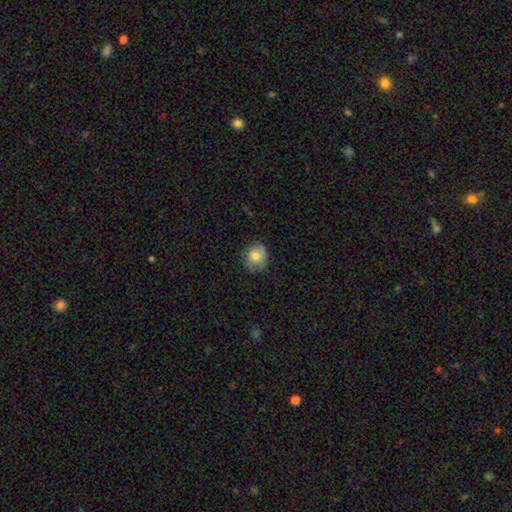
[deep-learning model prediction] A smooth galaxy with no disk features (80%) that is round (63%).

Vote fractions:
- Smooth or featured? smooth: 80% / featured or disk: 12% / star or artifact: 8%
- How rounded? round: 63% / in between: 36% / cigar-shaped: 1%
- Merging? none: 67% / minor disturbance: 25% / major disturbance: 6% / merger: 1%